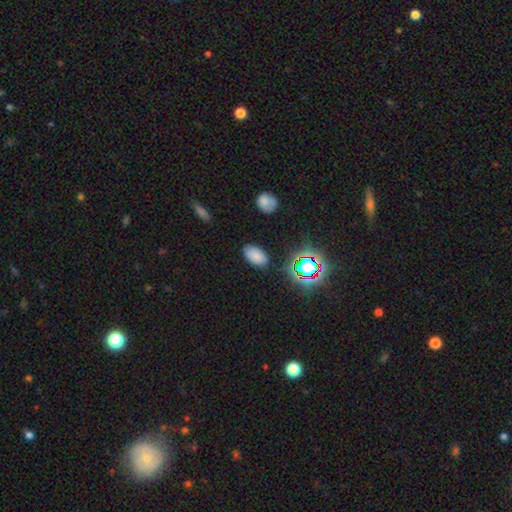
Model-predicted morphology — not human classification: smooth-or-featured: smooth: 78% | star or artifact: 16% | featured or disk: 7%
  how-rounded: in between: 93% | round: 6% | cigar-shaped: 1%
  merging: none: 84% | minor disturbance: 11% | major disturbance: 3% | merger: 2%